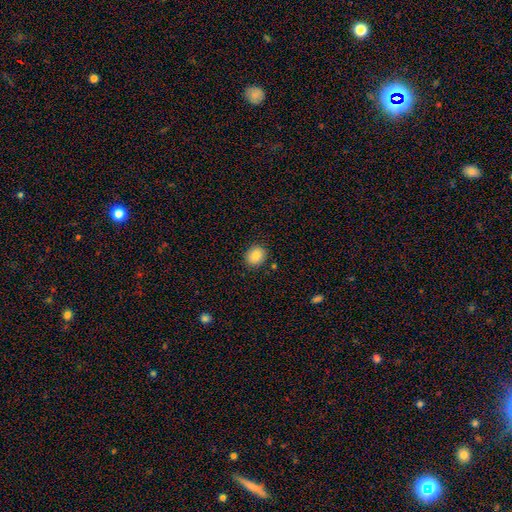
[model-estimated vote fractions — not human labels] Morphology: type=smooth (86%); roundness=round (69%); merging=none (88%).